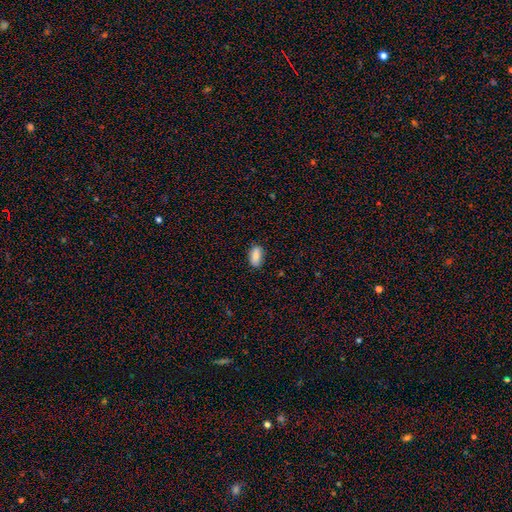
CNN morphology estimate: Smooth or featured? smooth (85%)
How rounded? in between (89%)
Merging? none (84%)